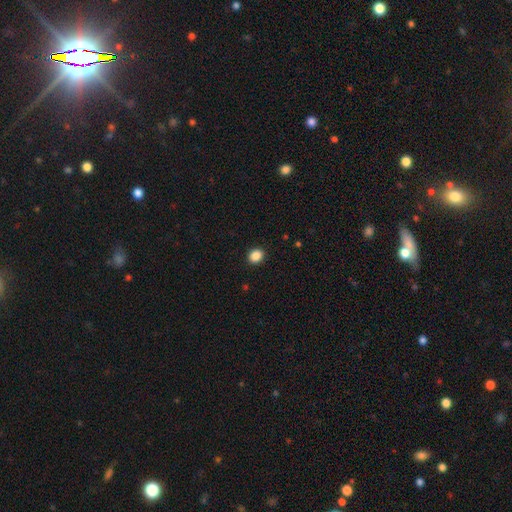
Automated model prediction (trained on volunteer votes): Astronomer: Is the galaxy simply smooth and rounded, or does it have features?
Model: smooth — 88%.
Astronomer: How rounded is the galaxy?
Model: round — 60% (runner-up: in between, 39%).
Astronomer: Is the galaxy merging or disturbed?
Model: none — 91%.